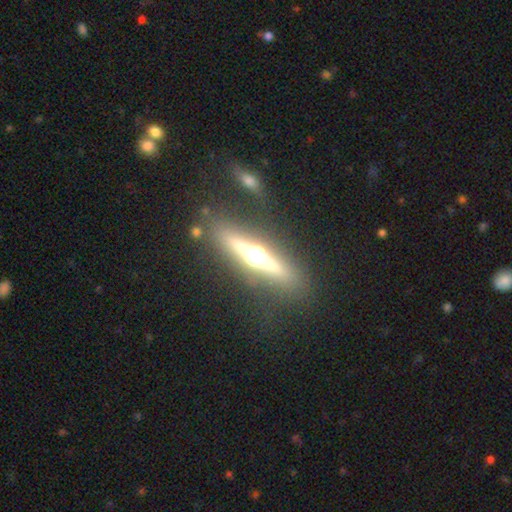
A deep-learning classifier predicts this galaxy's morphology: Smooth or featured? Predicted: featured or disk (p=0.75). Edge-on disk? Predicted: yes (p=0.95). Edge-on bulge? Predicted: rounded (p=0.95). Merging? Predicted: none (p=0.83).